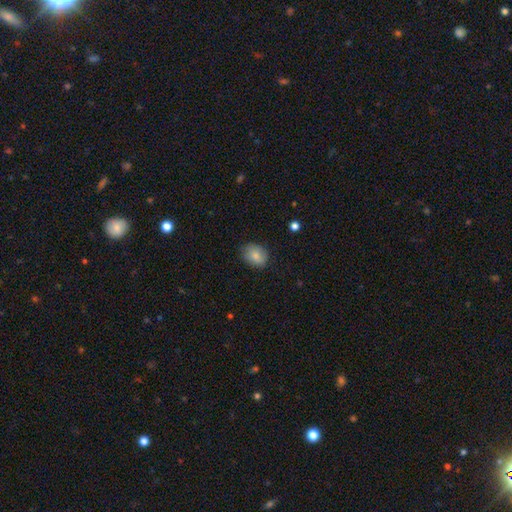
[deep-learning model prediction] Morphology: type=smooth (81%); roundness=in between (57%); merging=none (76%).